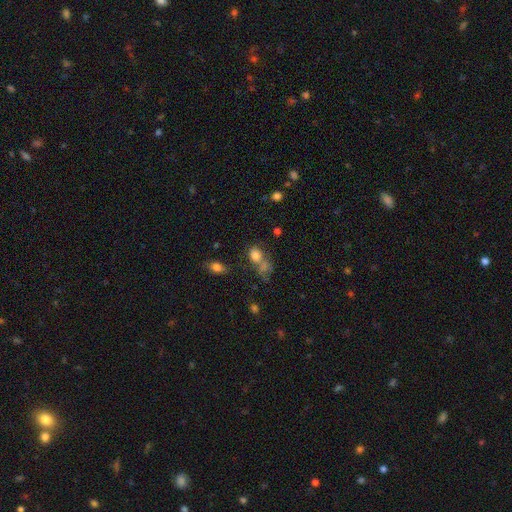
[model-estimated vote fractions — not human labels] A smooth galaxy with no disk features (76%) that is in between round and cigar-shaped (50%). Merging: none (42%).